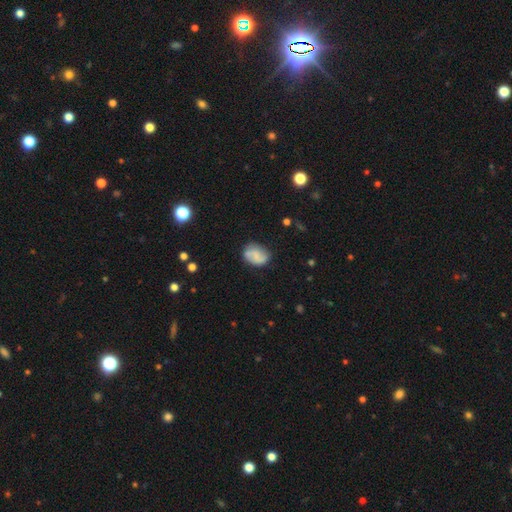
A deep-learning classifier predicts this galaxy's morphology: Smooth or featured? Predicted: smooth (p=0.58). How rounded? Predicted: in between (p=0.71). Merging? Predicted: none (p=0.67).